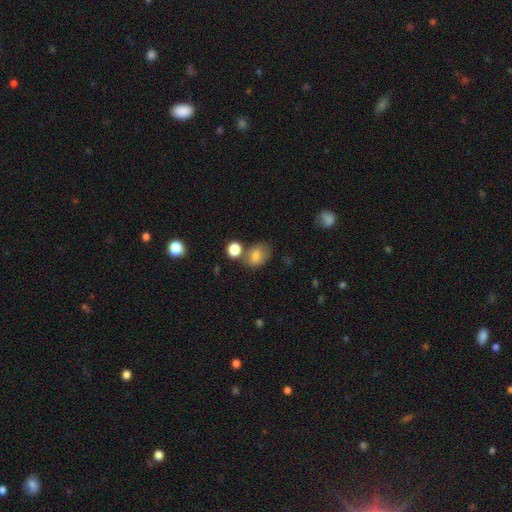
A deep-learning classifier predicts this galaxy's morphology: The model was most divided on "how rounded": in between: 60%, round: 38%, cigar-shaped: 1%. More confident: smooth or featured — smooth (78%); merging — none (57%).